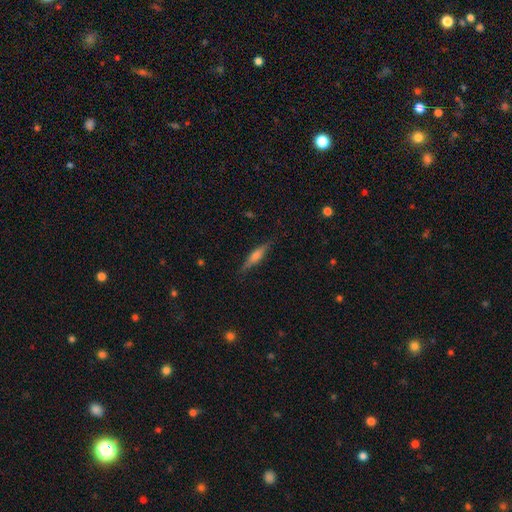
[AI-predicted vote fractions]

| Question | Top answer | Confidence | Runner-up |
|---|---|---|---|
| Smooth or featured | featured or disk | 59% | smooth (33%) |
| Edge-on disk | yes | 96% | no (4%) |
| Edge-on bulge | rounded | 69% | boxy (21%) |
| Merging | none | 86% | minor disturbance (10%) |